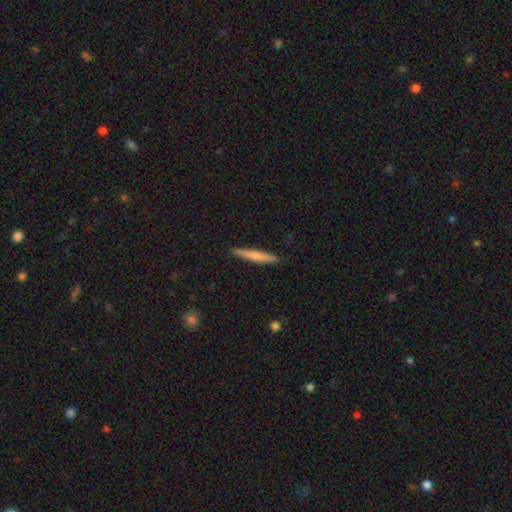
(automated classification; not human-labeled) smooth-or-featured: smooth: 64% | featured or disk: 31% | star or artifact: 5%
  how-rounded: cigar-shaped: 95% | in between: 3% | round: 1%
  merging: none: 91% | minor disturbance: 6% | major disturbance: 1% | merger: 1%